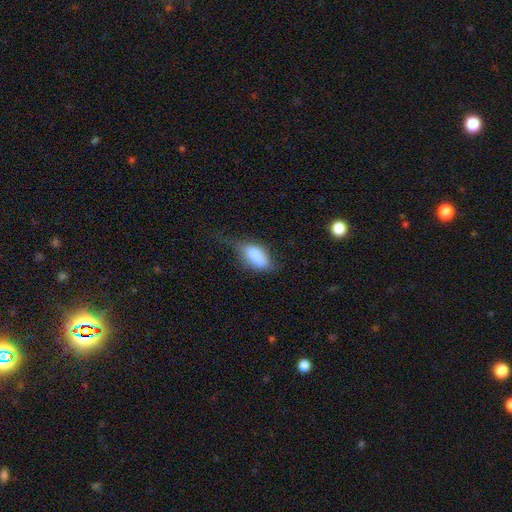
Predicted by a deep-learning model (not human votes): smooth-or-featured: smooth: 80% | featured or disk: 12% | star or artifact: 7%
  how-rounded: in between: 90% | cigar-shaped: 6% | round: 4%
  merging: minor disturbance: 38% | none: 29% | major disturbance: 29% | merger: 3%